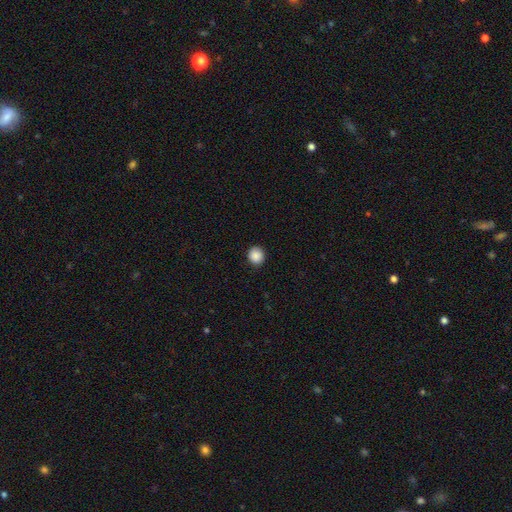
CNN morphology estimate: Smooth or featured?
  - smooth: 88% *
  - star or artifact: 9%
  - featured or disk: 3%
How rounded?
  - round: 84% *
  - in between: 15%
  - cigar-shaped: 1%
Merging?
  - none: 89% *
  - minor disturbance: 8%
  - major disturbance: 2%
  - merger: 1%